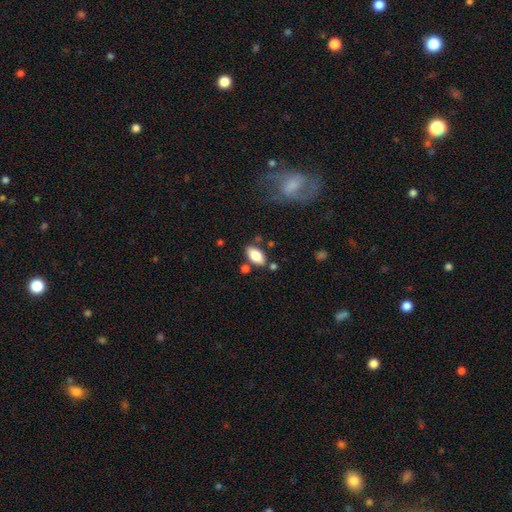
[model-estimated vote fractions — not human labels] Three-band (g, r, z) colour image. It shows a smooth galaxy with no disk features (82%) that is in between round and cigar-shaped (91%). Merging: none (78%).